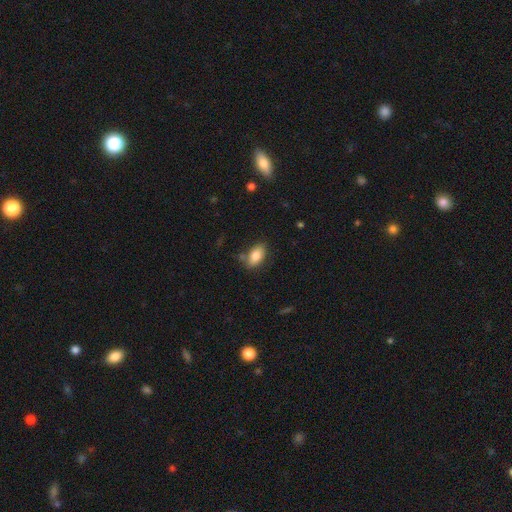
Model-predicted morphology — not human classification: A smooth galaxy with no disk features (81%) that is in between round and cigar-shaped (91%).

Vote fractions:
- Smooth or featured? smooth: 81% / featured or disk: 12% / star or artifact: 7%
- How rounded? in between: 91% / round: 6% / cigar-shaped: 3%
- Merging? none: 75% / minor disturbance: 16% / merger: 5% / major disturbance: 4%